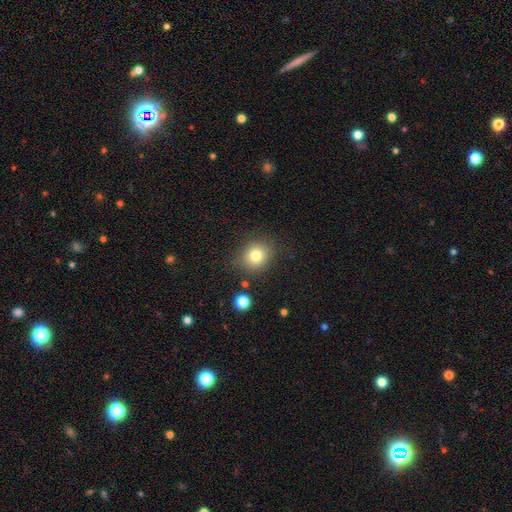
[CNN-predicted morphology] Smooth or featured? smooth (79%)
How rounded? round (73%)
Merging? none (82%)